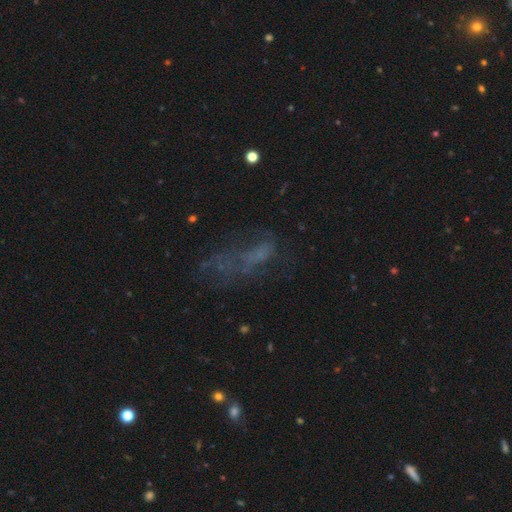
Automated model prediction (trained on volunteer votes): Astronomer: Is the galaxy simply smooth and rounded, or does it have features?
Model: featured or disk — 37% (runner-up: smooth, 33%).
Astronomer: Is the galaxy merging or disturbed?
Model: major disturbance — 39% (runner-up: none, 38%).